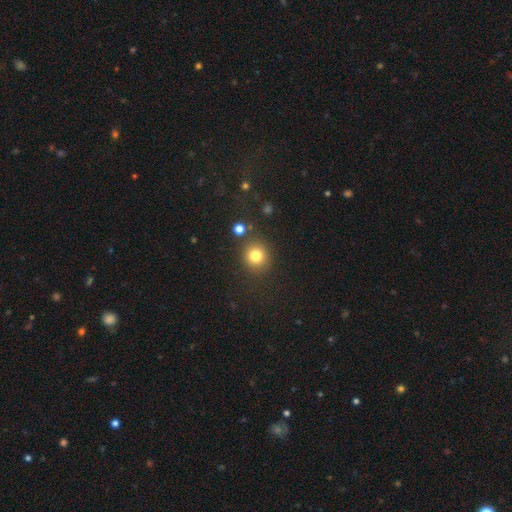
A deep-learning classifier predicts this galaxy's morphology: type=smooth (80%); roundness=round (89%); merging=none (85%).